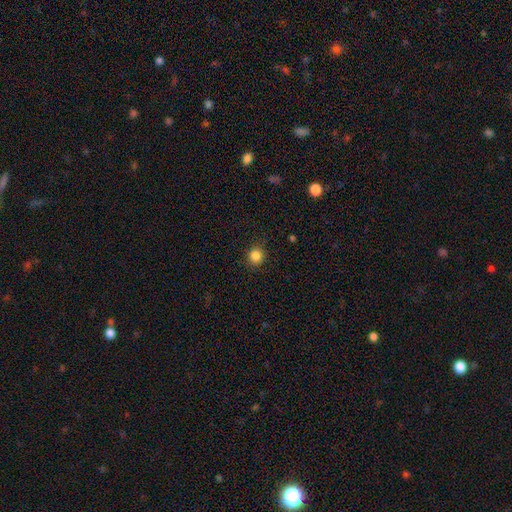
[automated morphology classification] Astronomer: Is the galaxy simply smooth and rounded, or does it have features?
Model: smooth — 85%.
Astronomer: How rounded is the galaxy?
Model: round — 92%.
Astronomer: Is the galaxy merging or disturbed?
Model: none — 89%.